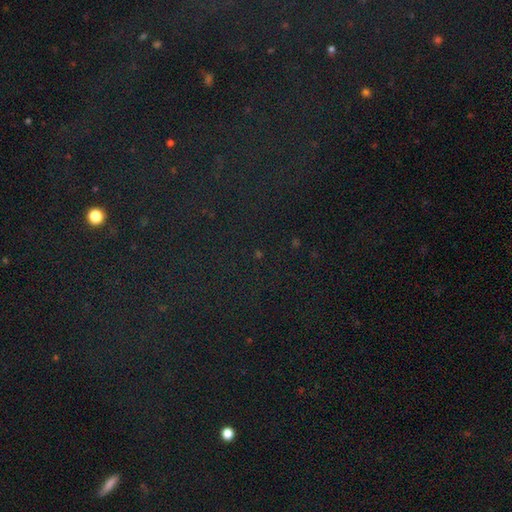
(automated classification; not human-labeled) A star or artifact, not a galaxy (83%).